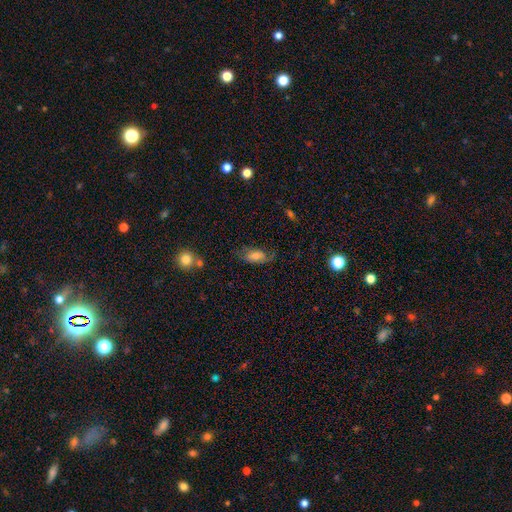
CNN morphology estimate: smooth 55%, featured or disk 36%, star or artifact 9%. Down the decision tree: how rounded — in between (86%); merging — none (54%).